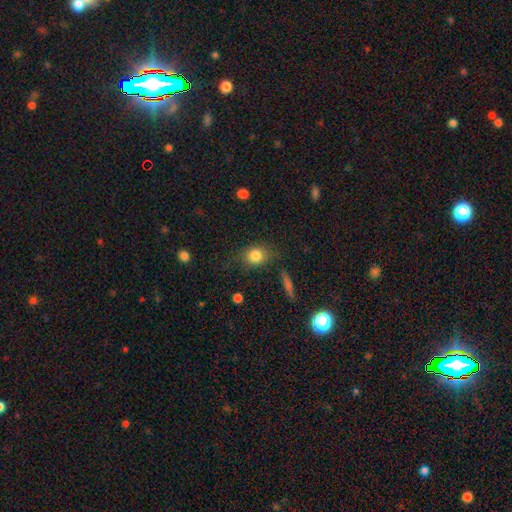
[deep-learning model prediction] Smooth or featured: smooth — 82% (star or artifact — 10%)
How rounded: round — 59% (in between — 38%)
Merging: none — 73% (minor disturbance — 17%)